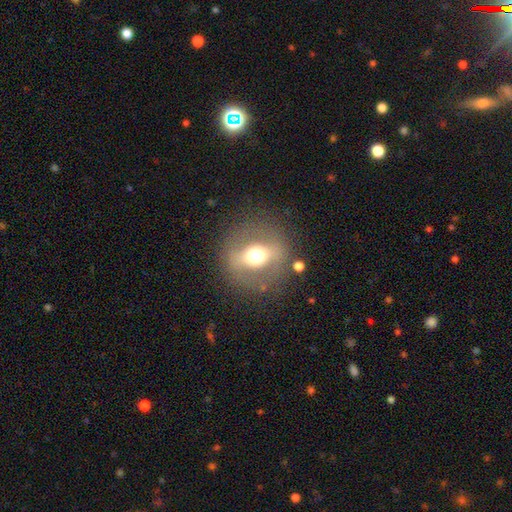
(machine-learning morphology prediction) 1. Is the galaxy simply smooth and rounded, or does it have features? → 51% featured or disk, 38% smooth, 11% star or artifact.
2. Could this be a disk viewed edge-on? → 80% no, 20% yes.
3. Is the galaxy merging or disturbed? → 79% none, 11% minor disturbance, 8% major disturbance, 2% merger.